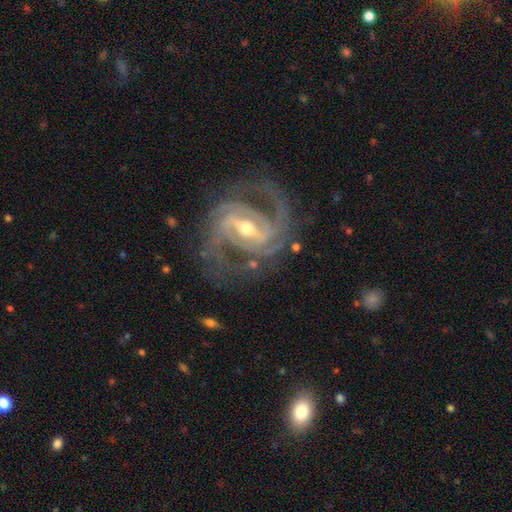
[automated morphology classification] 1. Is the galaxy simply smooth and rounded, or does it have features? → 89% featured or disk, 7% star or artifact, 4% smooth.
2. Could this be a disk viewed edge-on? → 97% no, 3% yes.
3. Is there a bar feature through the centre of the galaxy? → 45% strong, 39% weak, 16% no.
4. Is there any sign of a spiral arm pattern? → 97% yes, 3% no.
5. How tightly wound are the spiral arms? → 55% medium, 23% tight, 21% loose.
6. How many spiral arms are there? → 79% 2, 7% 3, 6% can't tell, 3% 4, 3% 1, 3% more than 4.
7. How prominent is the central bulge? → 56% small, 40% moderate, 2% large, 1% none, 1% dominant.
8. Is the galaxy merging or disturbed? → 74% none, 15% minor disturbance, 10% major disturbance, 2% merger.